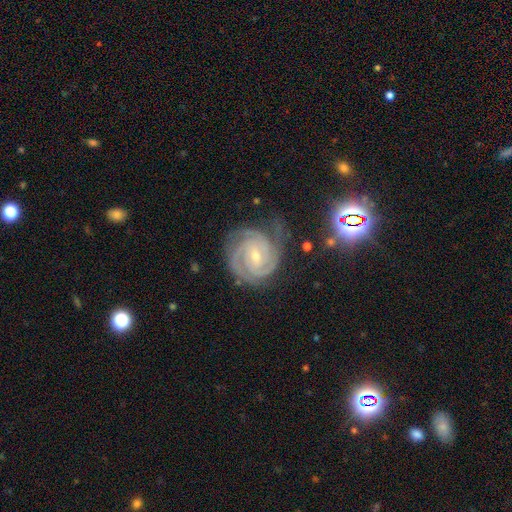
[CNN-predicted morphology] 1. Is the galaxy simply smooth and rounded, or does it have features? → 91% featured or disk, 5% star or artifact, 4% smooth.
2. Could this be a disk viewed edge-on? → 98% no, 2% yes.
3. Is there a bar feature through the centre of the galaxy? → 47% weak, 32% no, 21% strong.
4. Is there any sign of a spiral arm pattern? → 99% yes, 1% no.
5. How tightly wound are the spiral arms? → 80% tight, 18% medium, 2% loose.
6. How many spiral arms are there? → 40% 3, 25% 2, 15% 4, 11% can't tell, 5% more than 4, 5% 1.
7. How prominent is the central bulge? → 62% small, 35% moderate, 1% none, 1% large, 1% dominant.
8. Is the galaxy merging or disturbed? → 71% none, 20% minor disturbance, 7% major disturbance, 2% merger.